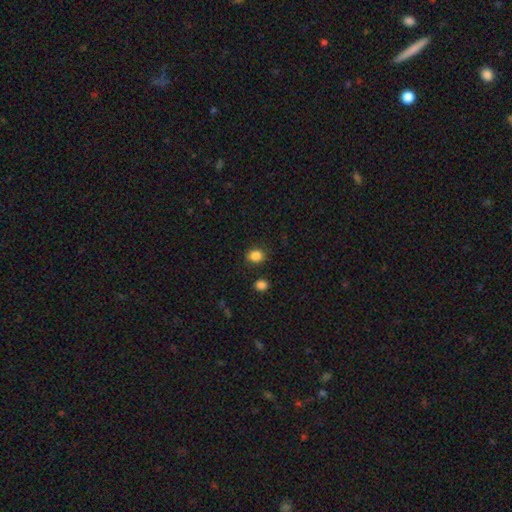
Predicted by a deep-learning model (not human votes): smooth 86%, star or artifact 10%, featured or disk 3%. Down the decision tree: how rounded — round (53%); merging — none (84%).